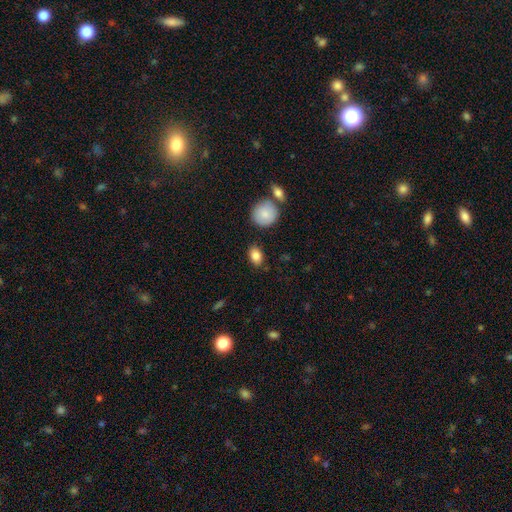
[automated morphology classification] A smooth galaxy with no disk features (86%) that is in between round and cigar-shaped (74%).

Vote fractions:
- Smooth or featured? smooth: 86% / star or artifact: 8% / featured or disk: 6%
- How rounded? in between: 74% / round: 24% / cigar-shaped: 2%
- Merging? none: 83% / minor disturbance: 11% / merger: 3% / major disturbance: 3%